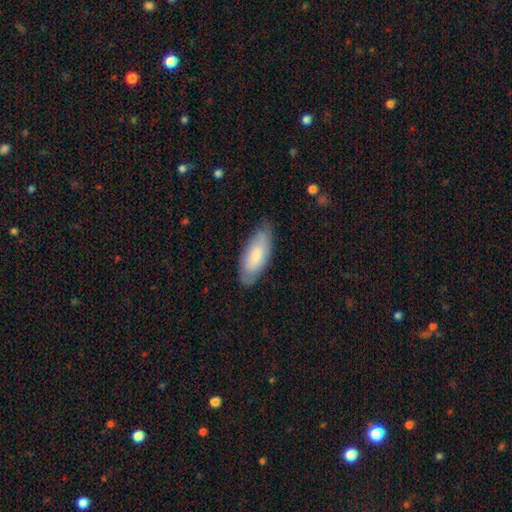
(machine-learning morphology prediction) This is likely a smooth galaxy (75%). How rounded: clearly in between (82%). Merging: likely none (76%).